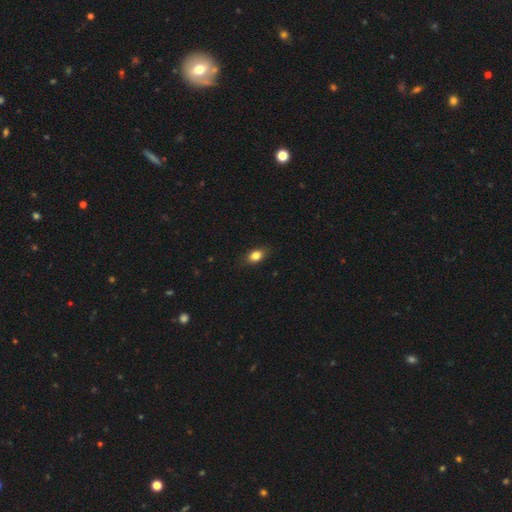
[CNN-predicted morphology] This appears to be a smooth galaxy with no disk features (82%) that is in between round and cigar-shaped (74%). Merging: none (83%).